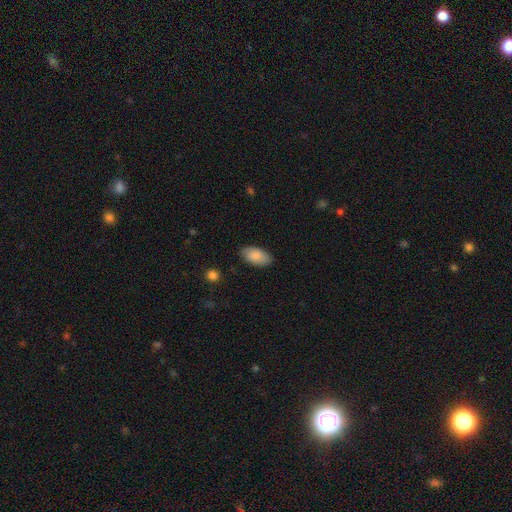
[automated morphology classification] Smooth or featured? smooth (86%)
How rounded? in between (94%)
Merging? none (84%)